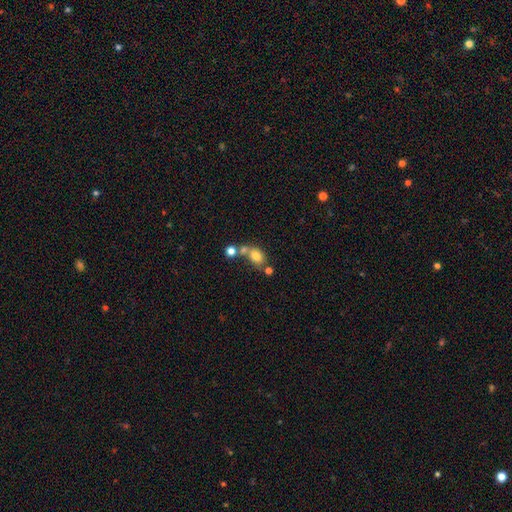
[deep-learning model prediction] This is likely a smooth galaxy (76%). How rounded: possibly in between (56%). Merging: possibly none (45%).